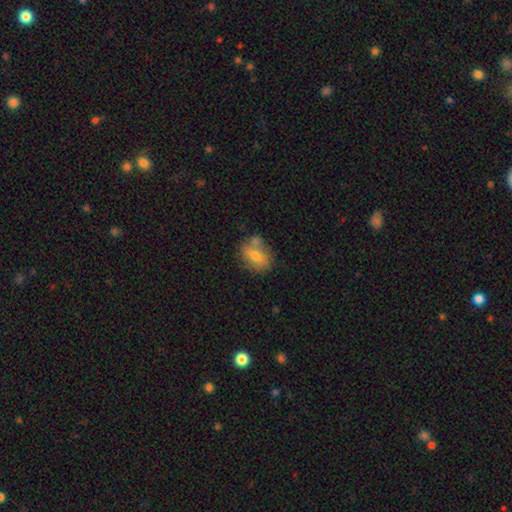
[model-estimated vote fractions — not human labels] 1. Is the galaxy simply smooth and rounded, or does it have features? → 68% smooth, 23% featured or disk, 9% star or artifact.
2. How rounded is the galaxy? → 55% in between, 44% round, 2% cigar-shaped.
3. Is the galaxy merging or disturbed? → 58% none, 20% merger, 17% minor disturbance, 5% major disturbance.